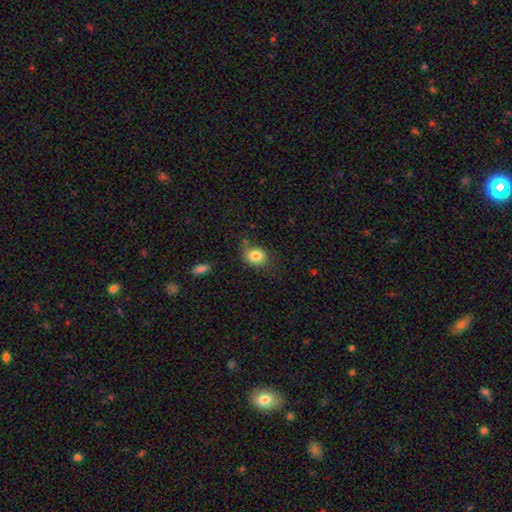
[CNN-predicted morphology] smooth-or-featured: smooth: 82% | star or artifact: 10% | featured or disk: 8%
  how-rounded: round: 52% | in between: 47% | cigar-shaped: 1%
  merging: none: 66% | minor disturbance: 23% | major disturbance: 7% | merger: 3%